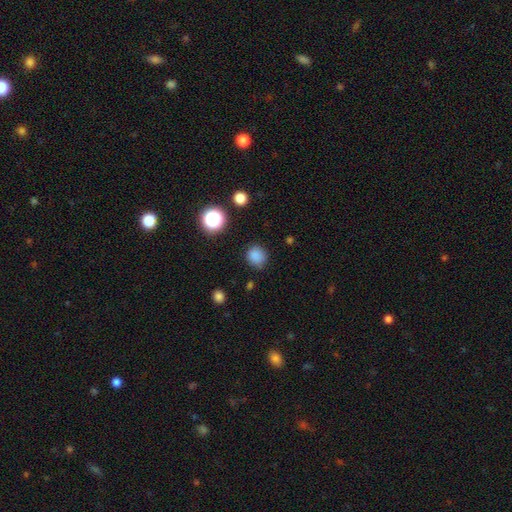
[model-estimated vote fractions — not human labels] A smooth galaxy with no disk features (82%) that is round (84%). Merging: none (81%).